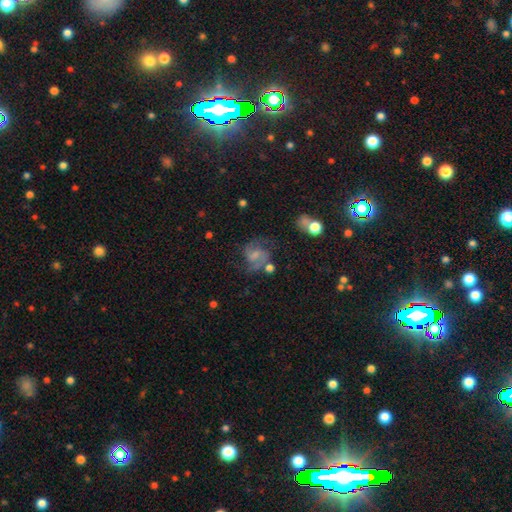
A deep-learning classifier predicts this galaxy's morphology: A featured or disk galaxy (73%) with a weak bar (49%), 2 (83%) medium (55%) spiral arms (93%) and a small central bulge (34%). Merging: none (55%).